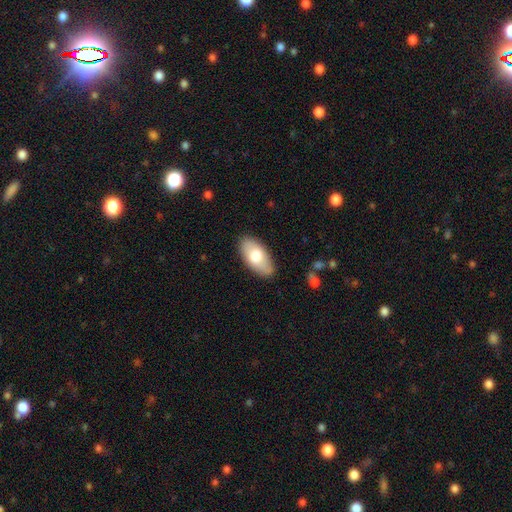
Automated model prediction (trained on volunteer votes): Smooth or featured?
  - smooth: 73% *
  - featured or disk: 22%
  - star or artifact: 6%
How rounded?
  - in between: 93% *
  - cigar-shaped: 5%
  - round: 3%
Merging?
  - none: 86% *
  - minor disturbance: 11%
  - major disturbance: 2%
  - merger: 1%